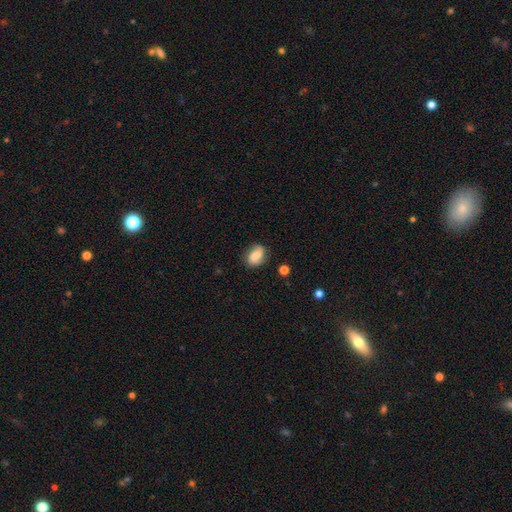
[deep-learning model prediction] The model was most divided on "smooth or featured": featured or disk: 46%, smooth: 45%, star or artifact: 9%. More confident: merging — none (74%).